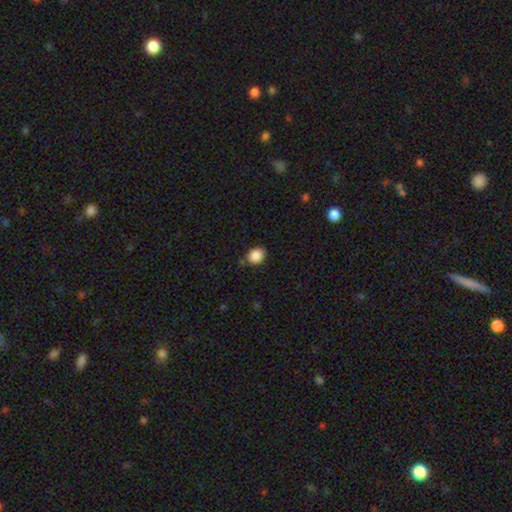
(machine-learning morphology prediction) type=smooth (87%); roundness=round (53%); merging=none (78%).